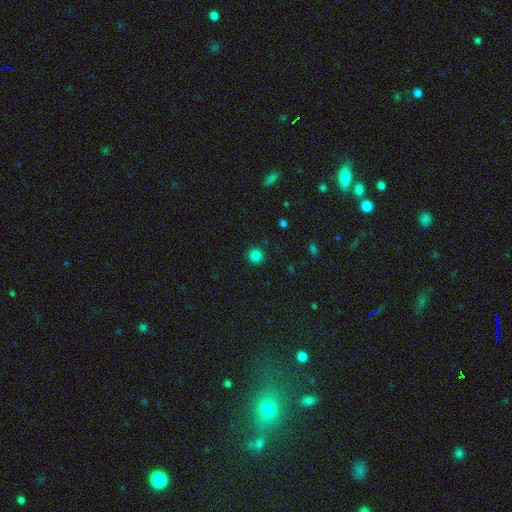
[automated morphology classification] Smooth or featured: smooth — 83% (star or artifact — 13%)
How rounded: round — 94% (in between — 5%)
Merging: none — 92% (minor disturbance — 5%)